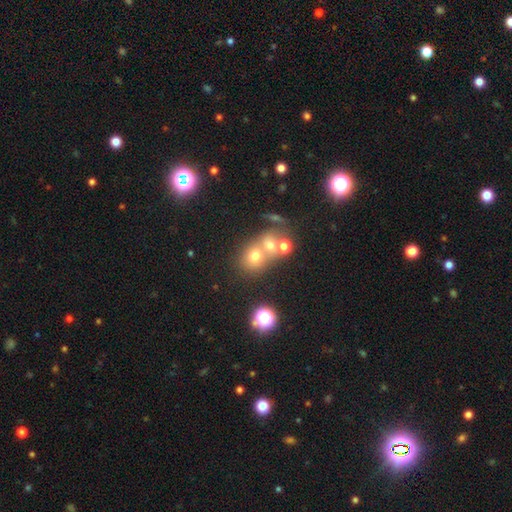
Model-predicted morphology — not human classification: smooth 62%, star or artifact 22%, featured or disk 16%. Down the decision tree: how rounded — round (72%); merging — merger (49%).